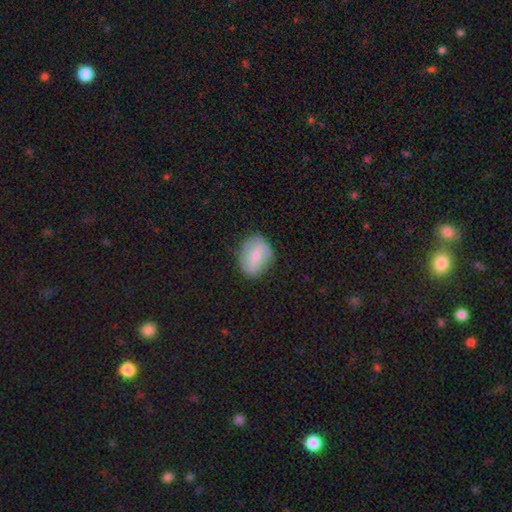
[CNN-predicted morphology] type=smooth (63%); roundness=in between (60%); merging=none (78%).